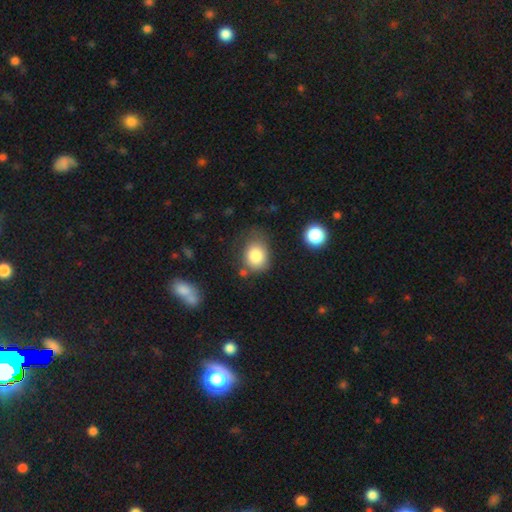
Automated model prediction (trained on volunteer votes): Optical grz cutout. It shows a smooth galaxy with no disk features (83%) that is round (51%). Merging: none (56%).